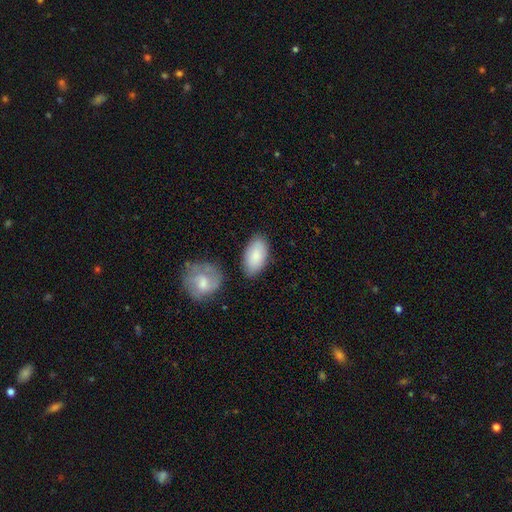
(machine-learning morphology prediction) Smooth or featured? Predicted: smooth (p=0.83). How rounded? Predicted: in between (p=0.94). Merging? Predicted: none (p=0.76).